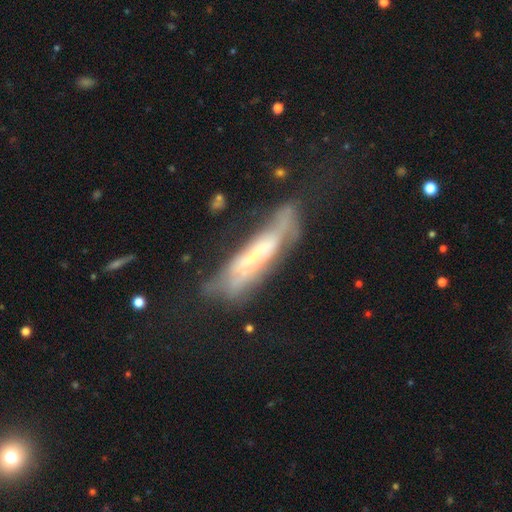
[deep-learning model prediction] smooth_or_featured: featured or disk (p=0.58) [alt: smooth p=0.33]
disk_edge_on: yes (p=0.53) [alt: no p=0.47]
merging: none (p=0.39) [alt: major disturbance p=0.27]